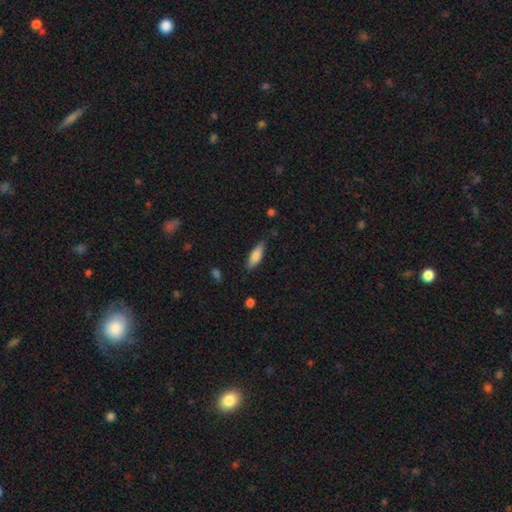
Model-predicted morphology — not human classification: This appears to be a smooth galaxy with no disk features (81%) that is in between round and cigar-shaped (54%). Merging: none (84%).